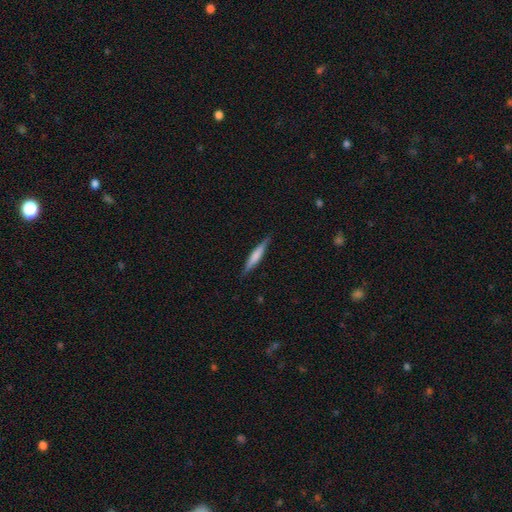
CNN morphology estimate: Q: Smooth or featured?
A: smooth (52%); runner-up: featured or disk (42%)
Q: How rounded?
A: cigar-shaped (91%); runner-up: in between (8%)
Q: Merging?
A: none (88%); runner-up: minor disturbance (9%)